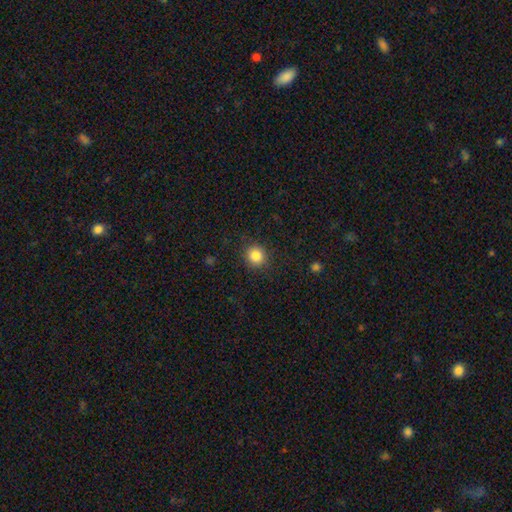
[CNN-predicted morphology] A smooth galaxy with no disk features (84%) that is round (89%).

Vote fractions:
- Smooth or featured? smooth: 84% / star or artifact: 11% / featured or disk: 5%
- How rounded? round: 89% / in between: 10% / cigar-shaped: 1%
- Merging? none: 90% / minor disturbance: 7% / major disturbance: 2% / merger: 1%